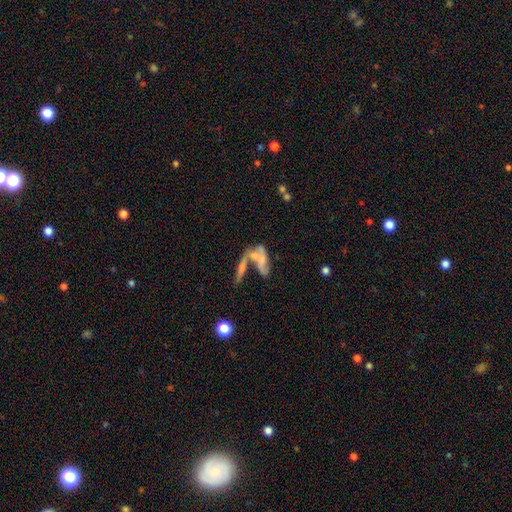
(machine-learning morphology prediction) A featured or disk galaxy (51%). Merging: merger (59%).